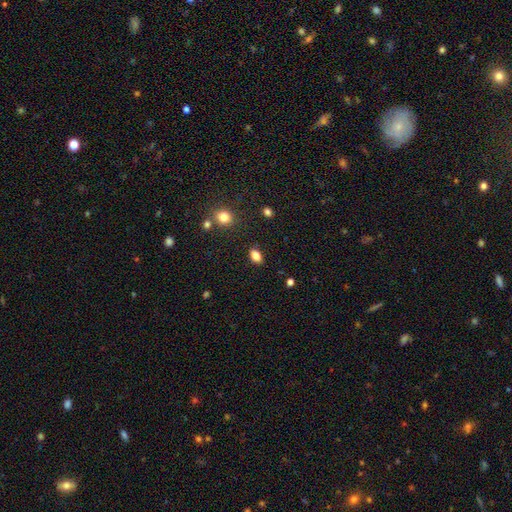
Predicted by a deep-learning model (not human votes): The model was most divided on "how rounded": in between: 85%, round: 12%, cigar-shaped: 2%. More confident: merging — none (86%); smooth or featured — smooth (84%).